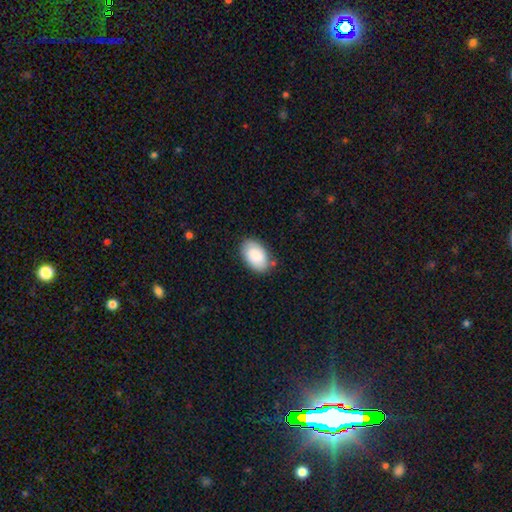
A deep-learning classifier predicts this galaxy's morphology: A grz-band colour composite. It shows a smooth galaxy with no disk features (87%) that is in between round and cigar-shaped (93%). Merging: none (80%).